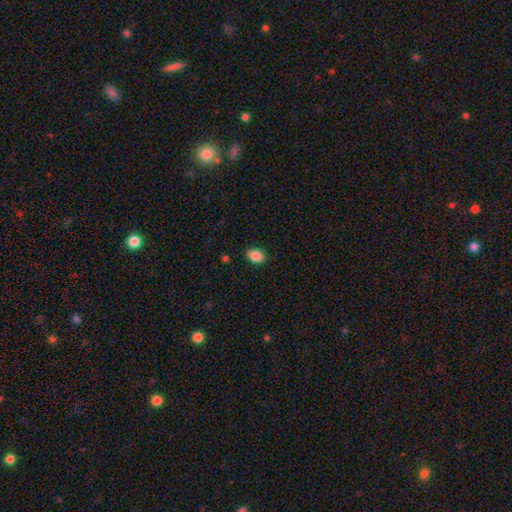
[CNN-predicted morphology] The model was most divided on "how rounded": in between: 83%, round: 15%, cigar-shaped: 1%. More confident: smooth or featured — smooth (87%); merging — none (86%).